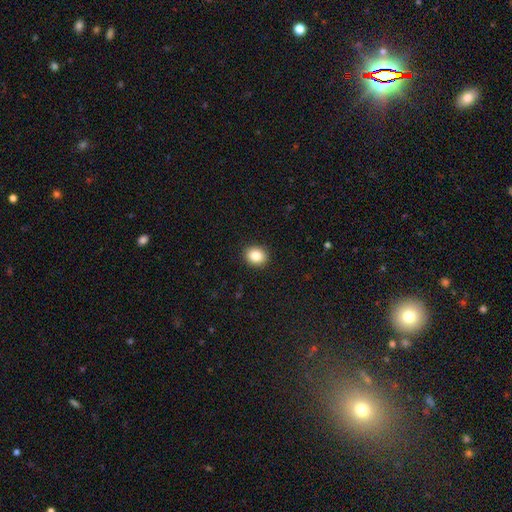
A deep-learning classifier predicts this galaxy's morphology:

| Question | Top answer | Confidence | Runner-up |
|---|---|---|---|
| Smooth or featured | smooth | 86% | star or artifact (9%) |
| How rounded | round | 68% | in between (32%) |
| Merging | none | 91% | minor disturbance (6%) |